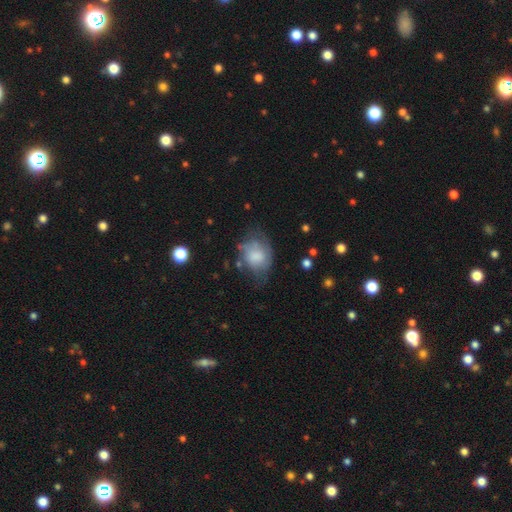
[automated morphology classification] smooth 65%, featured or disk 27%, star or artifact 8%. Down the decision tree: how rounded — in between (55%); merging — none (38%).